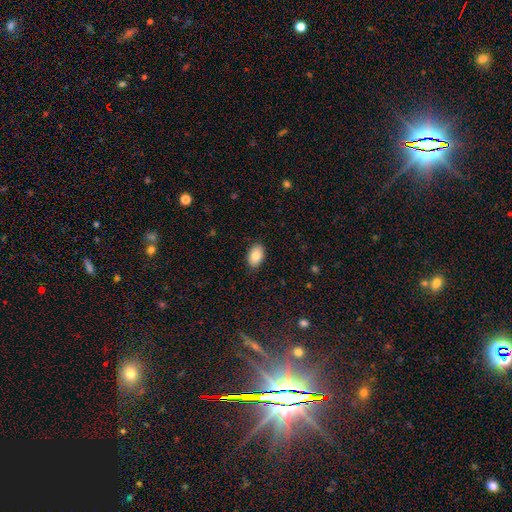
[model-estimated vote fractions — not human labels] Q: Smooth or featured?
A: smooth (85%); runner-up: featured or disk (8%)
Q: How rounded?
A: in between (91%); runner-up: round (8%)
Q: Merging?
A: none (88%); runner-up: minor disturbance (9%)